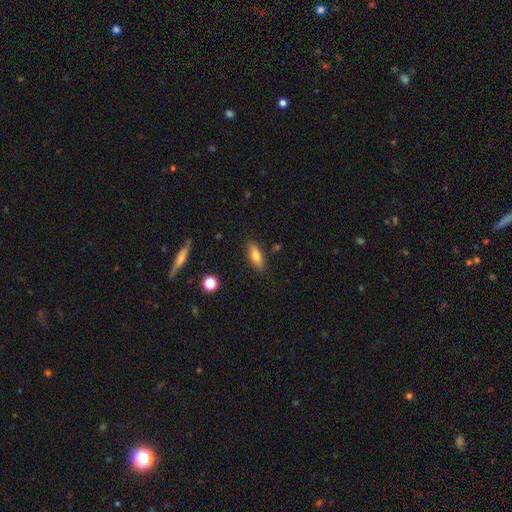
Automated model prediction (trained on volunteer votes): A smooth galaxy with no disk features (72%) that is in between round and cigar-shaped (70%).

Vote fractions:
- Smooth or featured? smooth: 72% / featured or disk: 20% / star or artifact: 8%
- How rounded? in between: 70% / cigar-shaped: 26% / round: 4%
- Merging? none: 84% / minor disturbance: 12% / major disturbance: 2% / merger: 2%